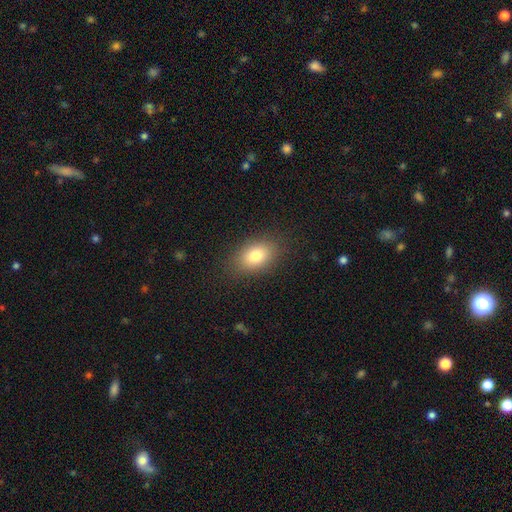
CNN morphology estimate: type=smooth (81%); roundness=in between (83%); merging=none (85%).